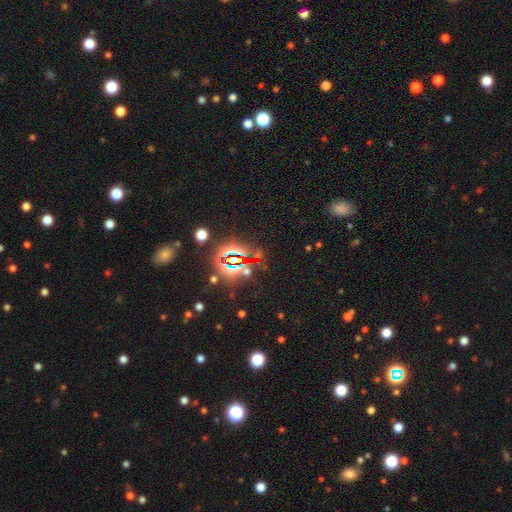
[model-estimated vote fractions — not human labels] A star or artifact, not a galaxy (82%).

Vote fractions:
- Smooth or featured? star or artifact: 82% / smooth: 10% / featured or disk: 8%